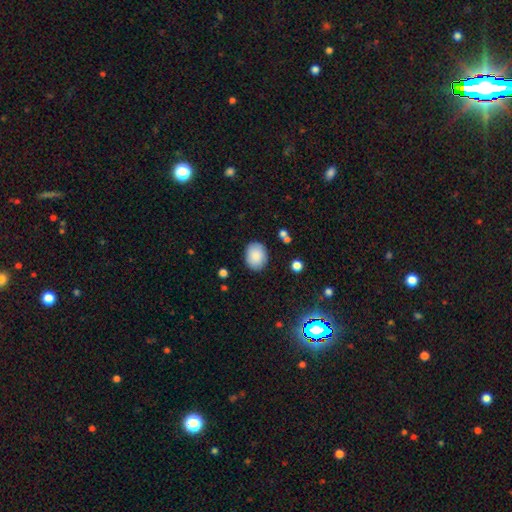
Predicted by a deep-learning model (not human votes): Smooth or featured? Predicted: smooth (p=0.86). How rounded? Predicted: in between (p=0.56). Merging? Predicted: none (p=0.85).